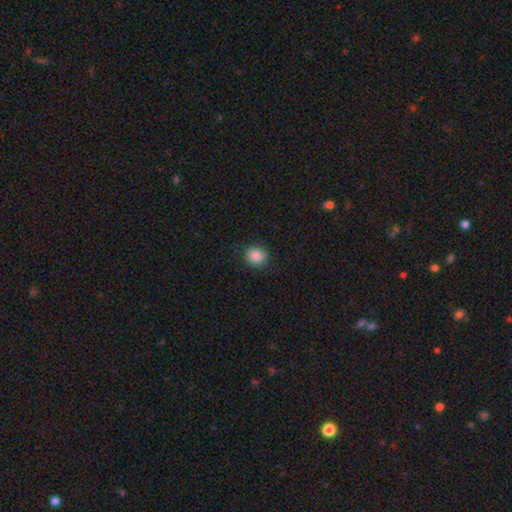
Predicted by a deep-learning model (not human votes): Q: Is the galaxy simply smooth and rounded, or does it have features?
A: smooth — 87%.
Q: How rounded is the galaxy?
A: round — 85%.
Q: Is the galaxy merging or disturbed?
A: none — 88%.